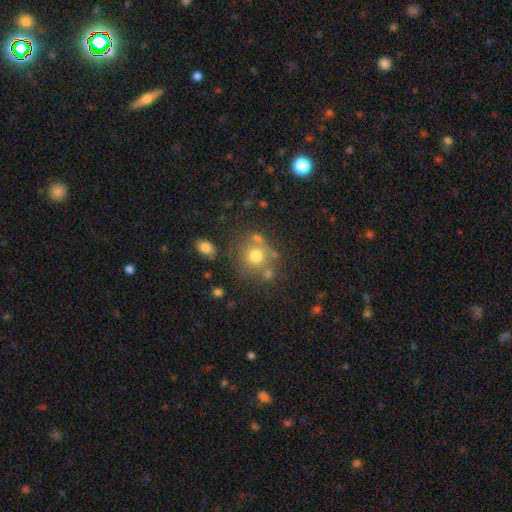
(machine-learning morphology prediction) A smooth galaxy with no disk features (69%) that is round (86%). Merging: none (61%).